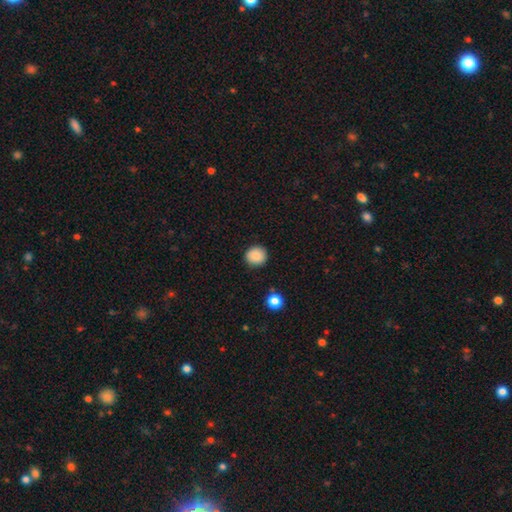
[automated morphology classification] Q: Smooth or featured?
A: smooth (88%); runner-up: star or artifact (9%)
Q: How rounded?
A: round (90%); runner-up: in between (9%)
Q: Merging?
A: none (89%); runner-up: minor disturbance (7%)